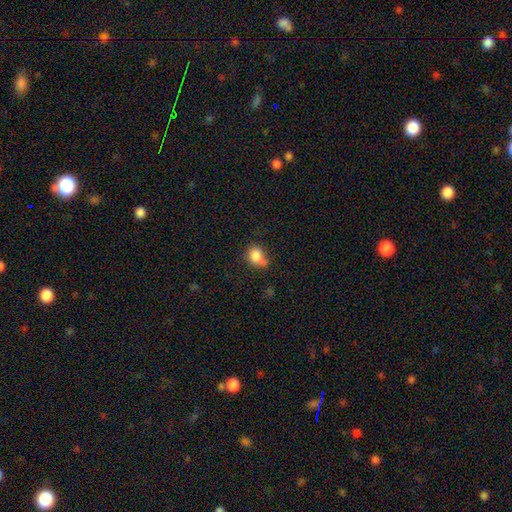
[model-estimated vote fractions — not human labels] A smooth galaxy with no disk features (84%) that is round (66%). Merging: none (47%).